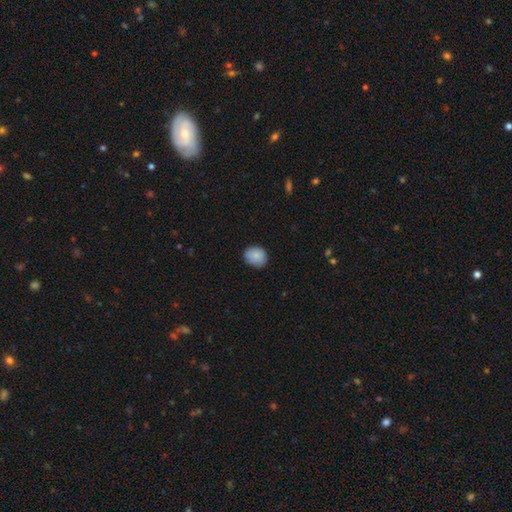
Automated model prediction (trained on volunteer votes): Overall: smooth (86%). How rounded: round (65%; in between 34%). Merging: none (80%).